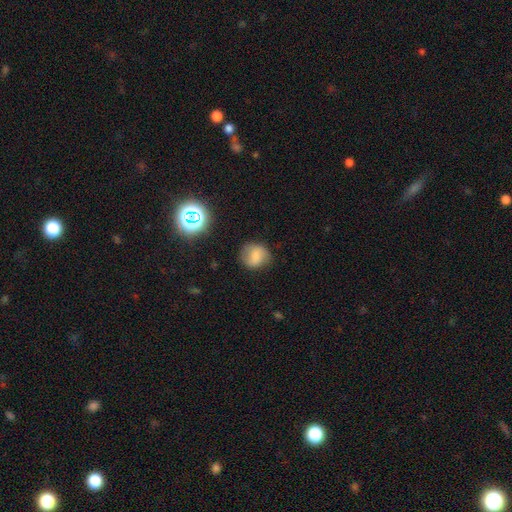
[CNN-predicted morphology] A smooth galaxy with no disk features (68%) that is round (79%).

Vote fractions:
- Smooth or featured? smooth: 68% / featured or disk: 19% / star or artifact: 13%
- How rounded? round: 79% / in between: 20% / cigar-shaped: 1%
- Merging? none: 74% / minor disturbance: 18% / major disturbance: 6% / merger: 2%